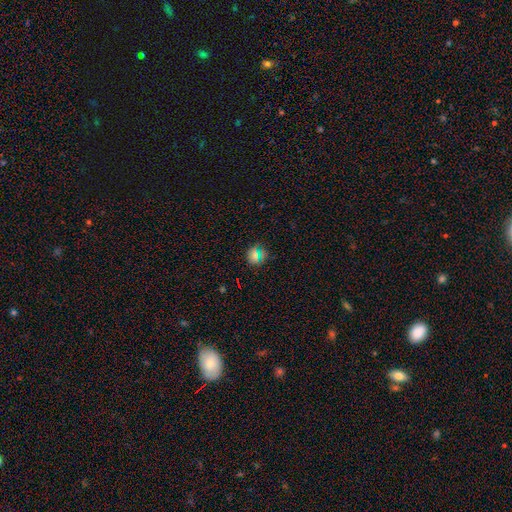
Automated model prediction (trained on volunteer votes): A smooth galaxy with no disk features (65%) that is round (84%).

Vote fractions:
- Smooth or featured? smooth: 65% / star or artifact: 26% / featured or disk: 9%
- How rounded? round: 84% / in between: 14% / cigar-shaped: 2%
- Merging? none: 85% / minor disturbance: 9% / major disturbance: 3% / merger: 2%